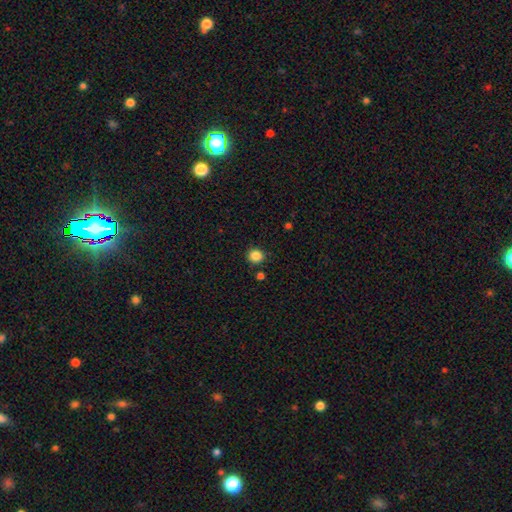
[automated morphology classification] This is clearly a smooth galaxy (85%). How rounded: clearly round (89%). Merging: clearly none (88%).